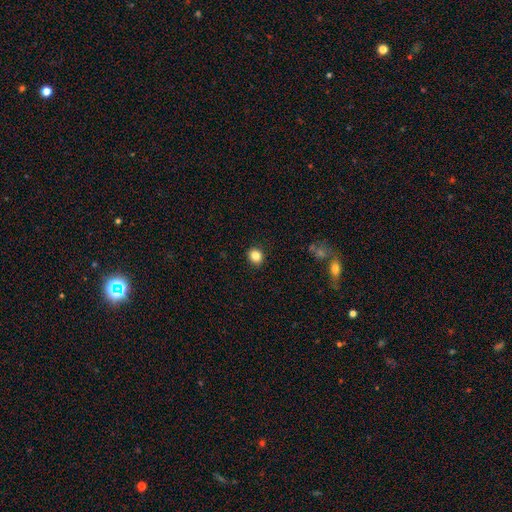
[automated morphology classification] A smooth galaxy with no disk features (84%) that is round (79%). Merging: none (91%).